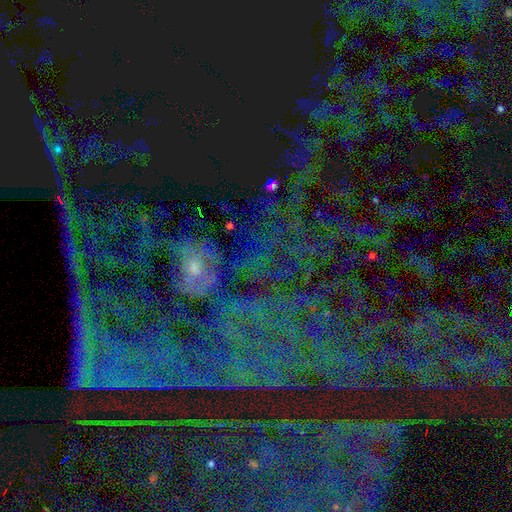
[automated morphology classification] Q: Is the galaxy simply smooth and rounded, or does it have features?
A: star or artifact — 76%.